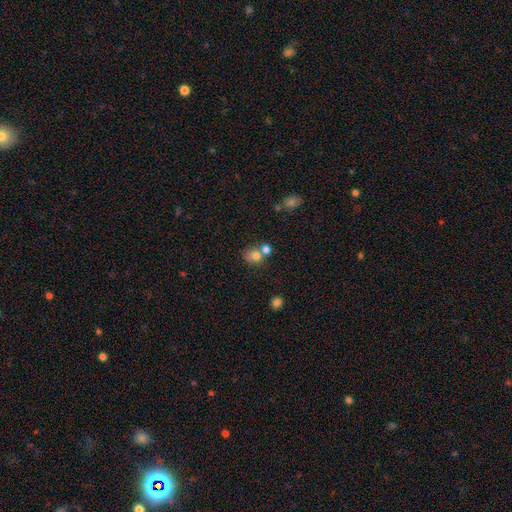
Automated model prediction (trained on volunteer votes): This appears to be a smooth galaxy with no disk features (76%) that is round (62%). Merging: none (43%).